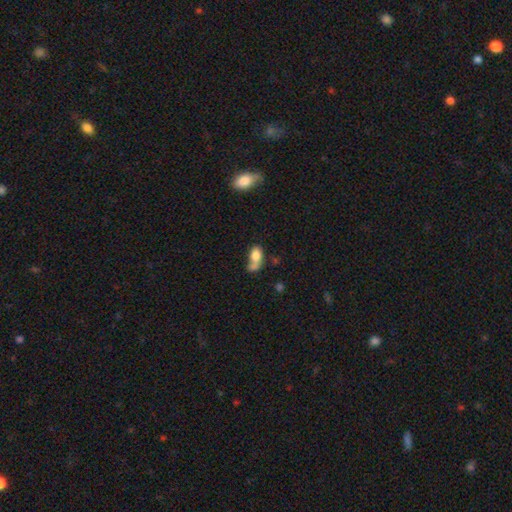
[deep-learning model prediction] Smooth or featured: smooth — 75% (featured or disk — 15%)
How rounded: in between — 78% (round — 19%)
Merging: merger — 44% (none — 25%)